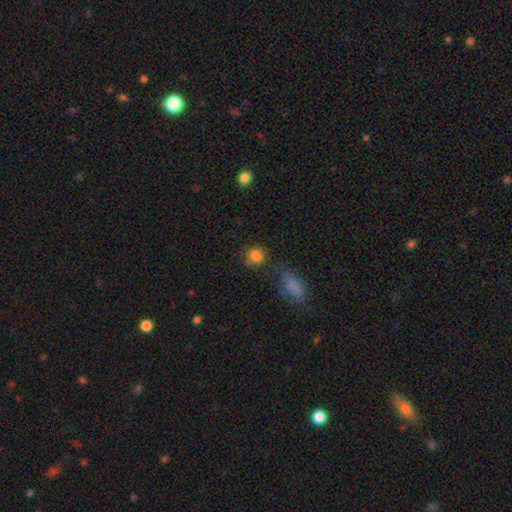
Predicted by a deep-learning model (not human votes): Morphology: type=smooth (84%); roundness=round (88%); merging=none (73%).